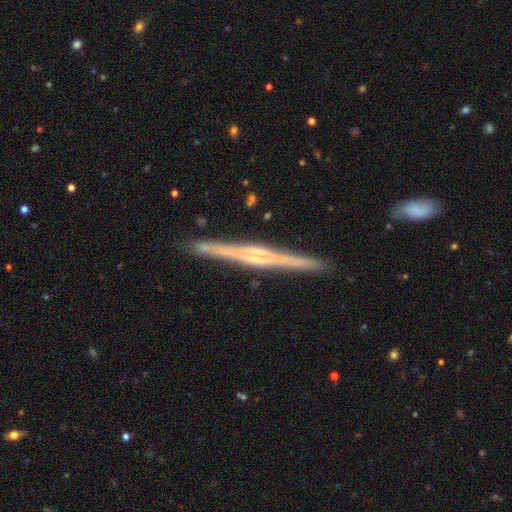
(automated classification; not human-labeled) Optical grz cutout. It shows a featured or disk galaxy (82%) viewed edge-on (98%) with a rounded central bulge (45%). Merging: none (91%).